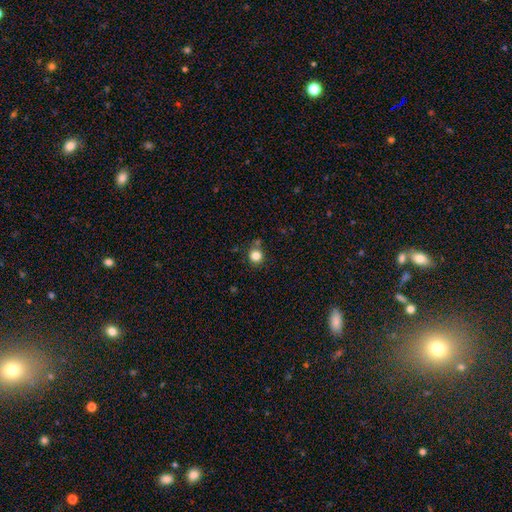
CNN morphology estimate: Smooth or featured?
  - smooth: 83% *
  - star or artifact: 12%
  - featured or disk: 5%
How rounded?
  - round: 91% *
  - in between: 8%
  - cigar-shaped: 1%
Merging?
  - none: 79% *
  - minor disturbance: 11%
  - merger: 8%
  - major disturbance: 3%